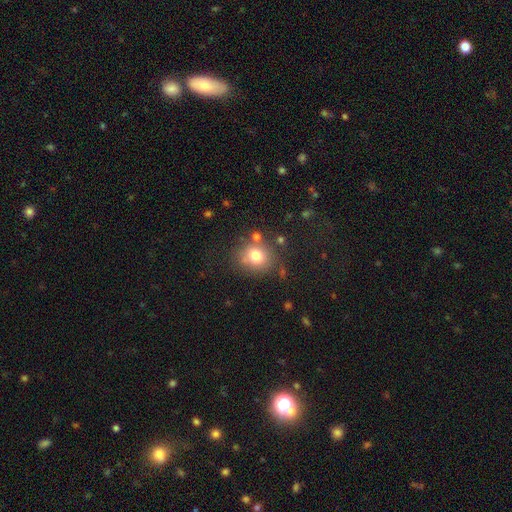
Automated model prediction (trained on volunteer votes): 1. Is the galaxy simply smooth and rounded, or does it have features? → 76% smooth, 12% star or artifact, 12% featured or disk.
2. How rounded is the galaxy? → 73% round, 26% in between, 1% cigar-shaped.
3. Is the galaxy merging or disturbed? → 71% none, 15% minor disturbance, 9% merger, 5% major disturbance.